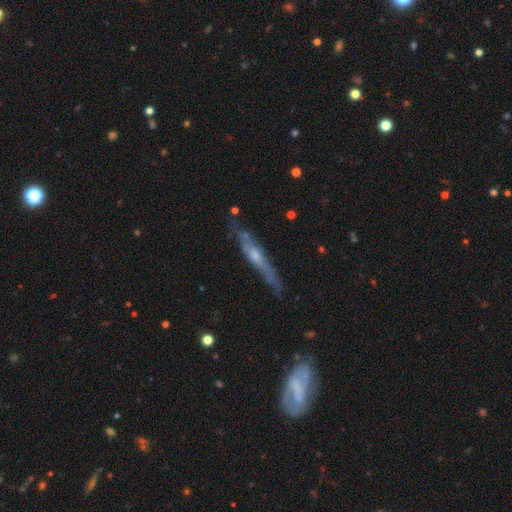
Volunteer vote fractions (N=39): This appears to be a featured or disk galaxy (56%) viewed edge-on (100%) with a rounded central bulge (45%). Merging: none (68%).